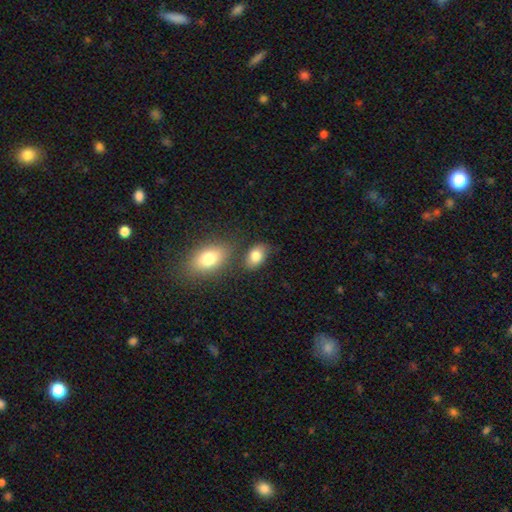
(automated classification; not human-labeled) smooth 82%, featured or disk 10%, star or artifact 8%. Down the decision tree: how rounded — in between (86%); merging — none (69%).